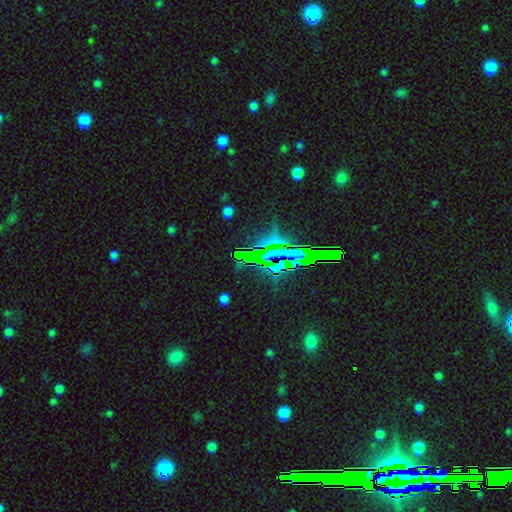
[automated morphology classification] Smooth or featured?
  - star or artifact: 79% *
  - smooth: 11%
  - featured or disk: 10%